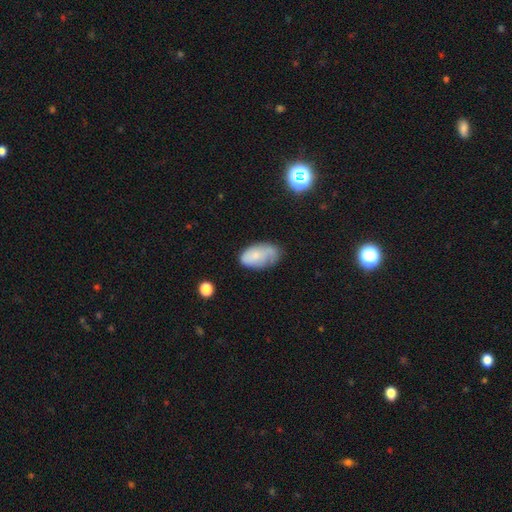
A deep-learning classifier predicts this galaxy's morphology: Smooth or featured? smooth (65%)
How rounded? in between (93%)
Merging? none (47%)